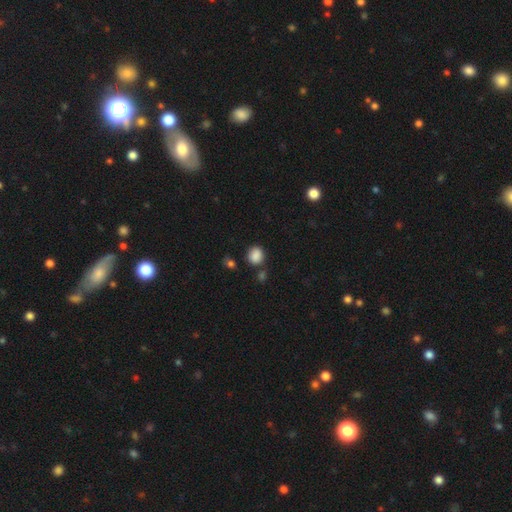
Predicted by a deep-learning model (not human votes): Smooth or featured: smooth — 86% (star or artifact — 10%)
How rounded: round — 63% (in between — 36%)
Merging: none — 73% (minor disturbance — 15%)